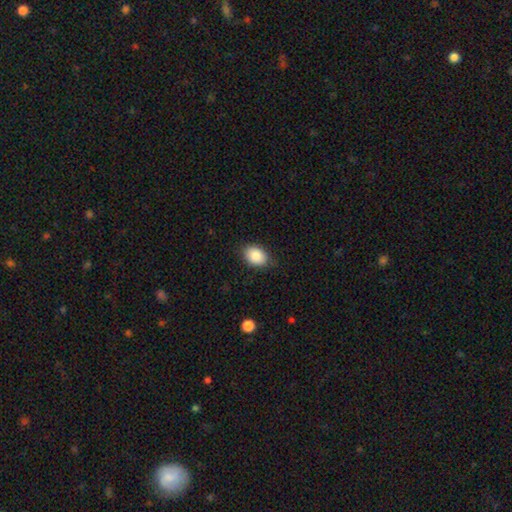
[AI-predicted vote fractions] Q: Smooth or featured?
A: smooth (87%); runner-up: star or artifact (7%)
Q: How rounded?
A: in between (77%); runner-up: round (22%)
Q: Merging?
A: none (82%); runner-up: minor disturbance (14%)